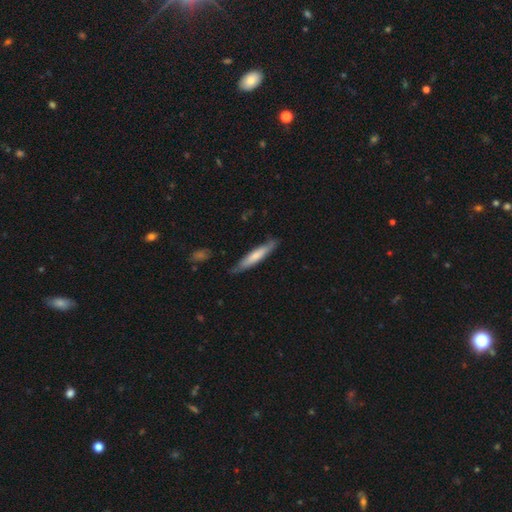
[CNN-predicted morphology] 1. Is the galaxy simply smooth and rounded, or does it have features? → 65% smooth, 30% featured or disk, 5% star or artifact.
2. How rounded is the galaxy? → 89% cigar-shaped, 10% in between, 1% round.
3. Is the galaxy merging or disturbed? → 80% none, 16% minor disturbance, 3% major disturbance, 2% merger.